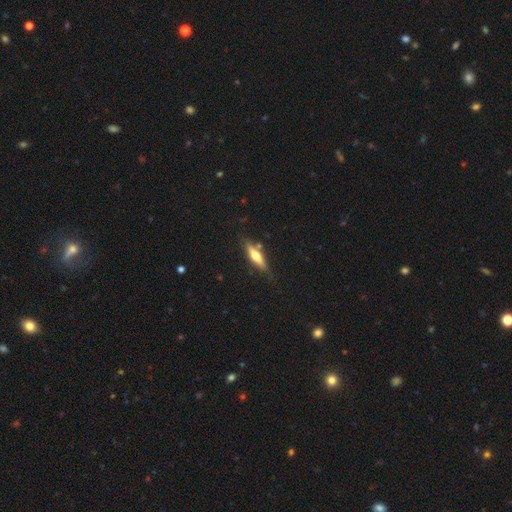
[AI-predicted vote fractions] This appears to be a featured or disk galaxy (50%). Merging: none (78%).